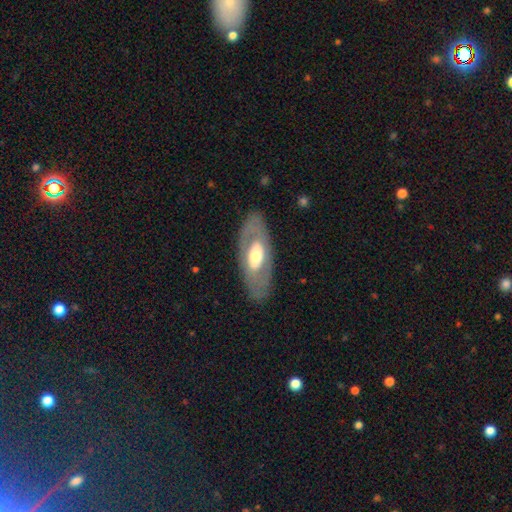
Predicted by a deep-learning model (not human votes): Q: Smooth or featured?
A: featured or disk (59%); runner-up: smooth (37%)
Q: Edge-on disk?
A: no (84%); runner-up: yes (16%)
Q: Merging?
A: none (82%); runner-up: minor disturbance (11%)